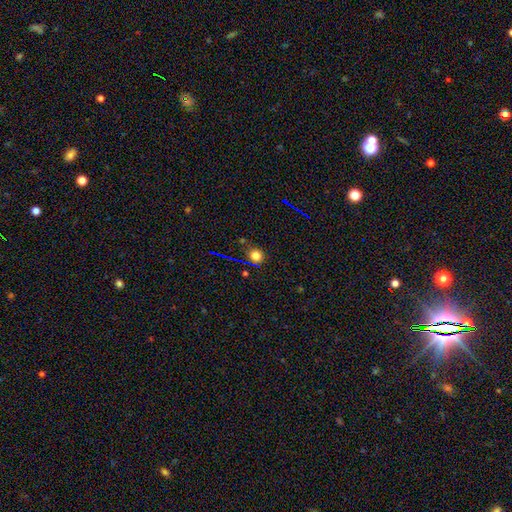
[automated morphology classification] smooth-or-featured: smooth: 73% | star or artifact: 20% | featured or disk: 7%
  how-rounded: round: 88% | in between: 11% | cigar-shaped: 1%
  merging: none: 82% | minor disturbance: 10% | merger: 4% | major disturbance: 4%